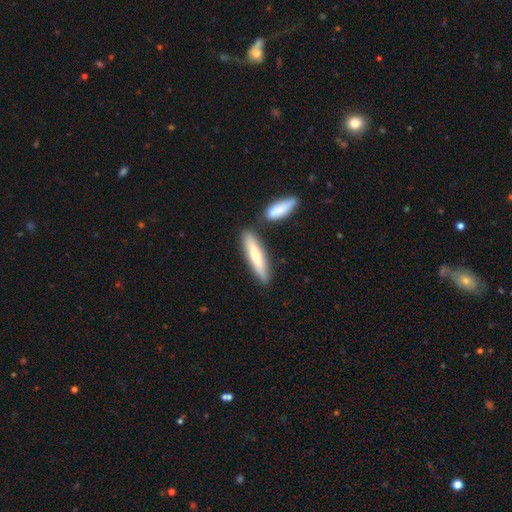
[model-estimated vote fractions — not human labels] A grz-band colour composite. It shows a smooth galaxy with no disk features (62%) that is cigar-shaped (83%). Merging: none (72%).